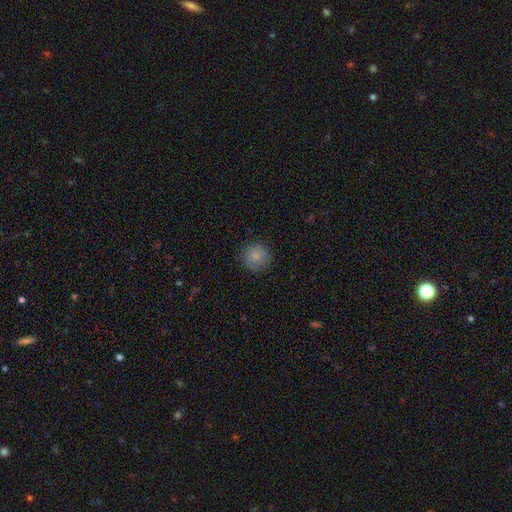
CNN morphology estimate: Smooth or featured? Predicted: smooth (p=0.85). How rounded? Predicted: round (p=0.94). Merging? Predicted: none (p=0.86).